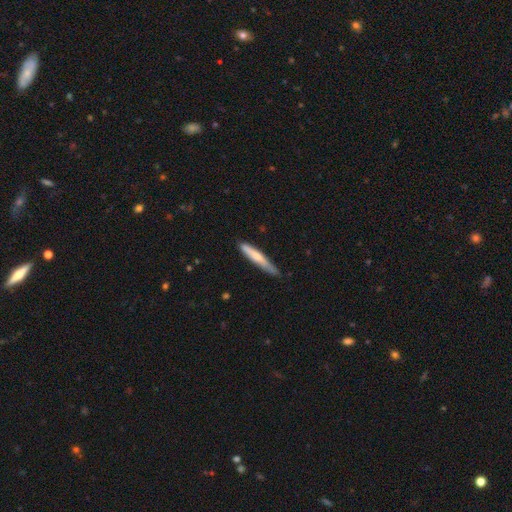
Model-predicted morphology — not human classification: smooth_or_featured: smooth (p=0.68) [alt: featured or disk p=0.27]
how_rounded: cigar-shaped (p=0.93) [alt: in between p=0.06]
merging: none (p=0.69) [alt: minor disturbance p=0.25]